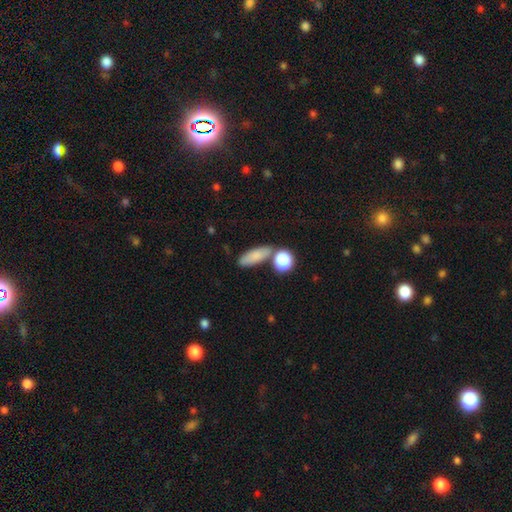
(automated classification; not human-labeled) This is likely a smooth galaxy (79%). How rounded: likely in between (61%). Merging: likely none (68%).